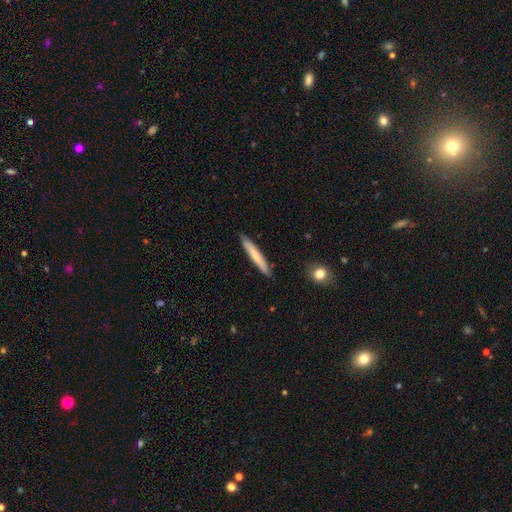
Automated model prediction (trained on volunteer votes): smooth_or_featured: smooth (p=0.64) [alt: featured or disk p=0.31]
how_rounded: cigar-shaped (p=0.94) [alt: in between p=0.05]
merging: none (p=0.88) [alt: minor disturbance p=0.09]